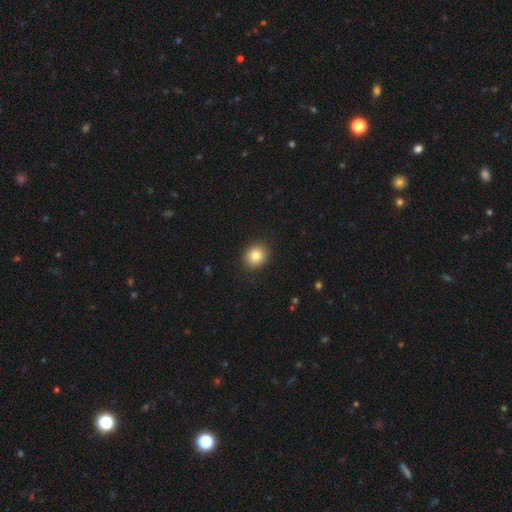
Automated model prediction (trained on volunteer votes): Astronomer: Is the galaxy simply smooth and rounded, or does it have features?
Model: smooth — 84%.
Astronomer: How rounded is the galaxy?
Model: round — 75%.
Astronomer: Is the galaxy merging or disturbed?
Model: none — 90%.